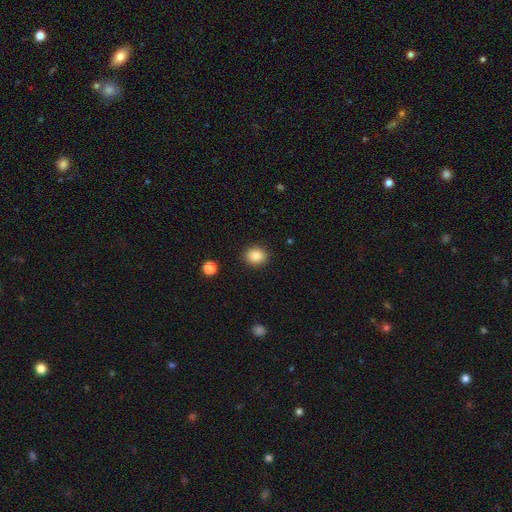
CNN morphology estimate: Smooth or featured? Predicted: smooth (p=0.84). How rounded? Predicted: round (p=0.68). Merging? Predicted: none (p=0.90).